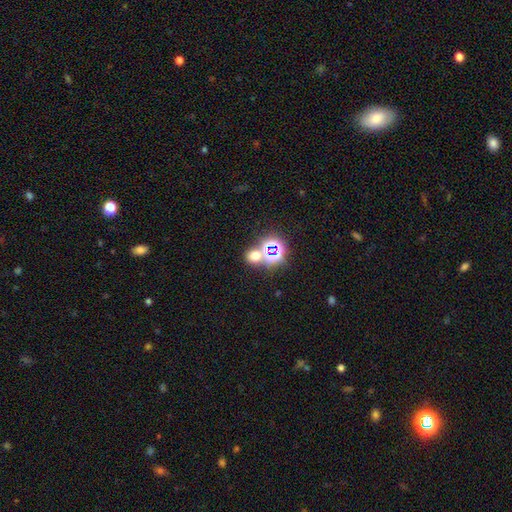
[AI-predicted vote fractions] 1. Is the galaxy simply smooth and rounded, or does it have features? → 52% smooth, 40% star or artifact, 8% featured or disk.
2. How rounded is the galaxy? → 72% round, 26% in between, 1% cigar-shaped.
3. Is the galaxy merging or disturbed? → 64% none, 24% merger, 8% minor disturbance, 4% major disturbance.